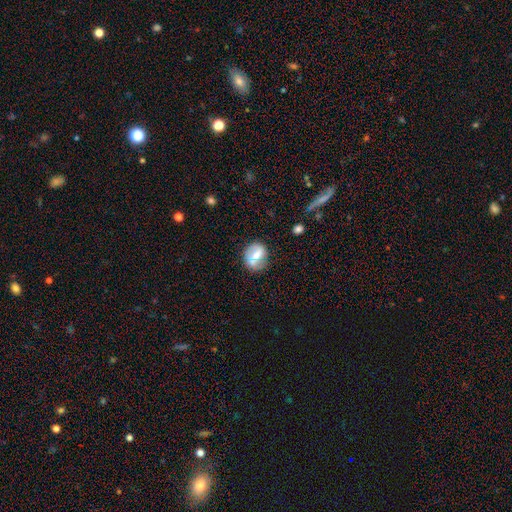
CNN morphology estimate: type=smooth (57%); roundness=round (67%); merging=none (60%).